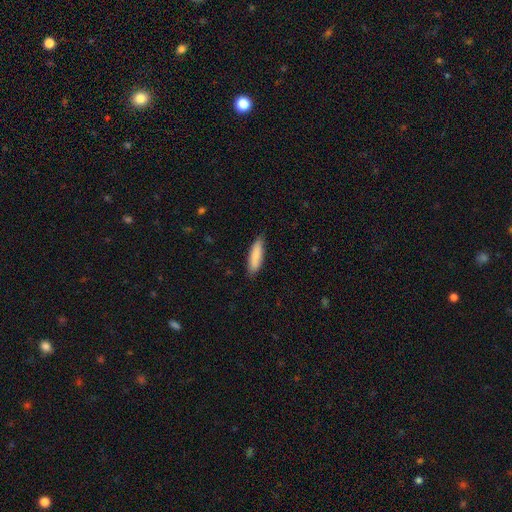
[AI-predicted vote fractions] A smooth galaxy with no disk features (85%) that is cigar-shaped (63%). Merging: none (85%).